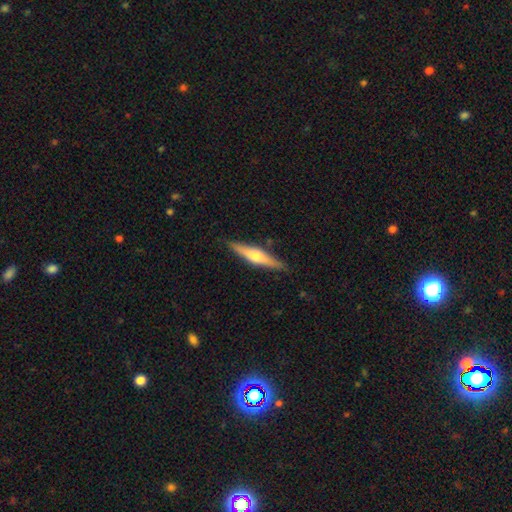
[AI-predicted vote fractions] smooth_or_featured: featured or disk (p=0.61) [alt: smooth p=0.34]
disk_edge_on: yes (p=0.96) [alt: no p=0.04]
edge_on_bulge: rounded (p=0.91) [alt: boxy p=0.05]
merging: none (p=0.88) [alt: minor disturbance p=0.09]